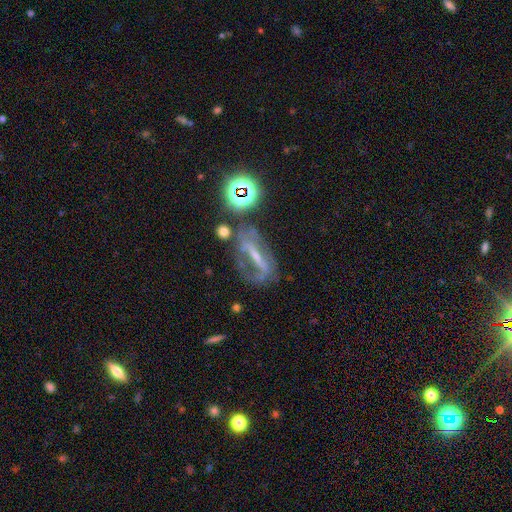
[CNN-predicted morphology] This is likely a featured or disk galaxy (61%). It is likely not viewed edge-on (75%). Merging: possibly none (50%).